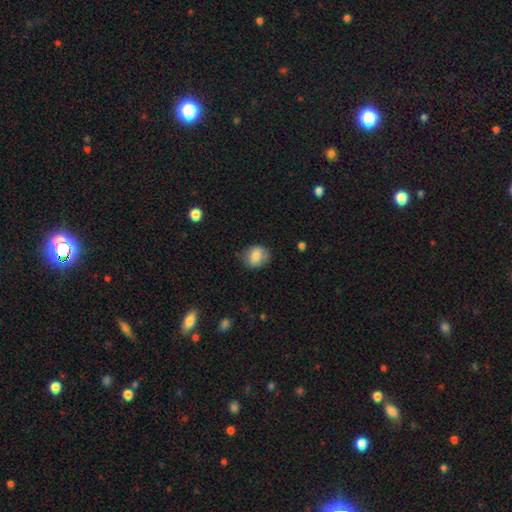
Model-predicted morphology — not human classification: type=smooth (78%); roundness=round (57%); merging=none (71%).